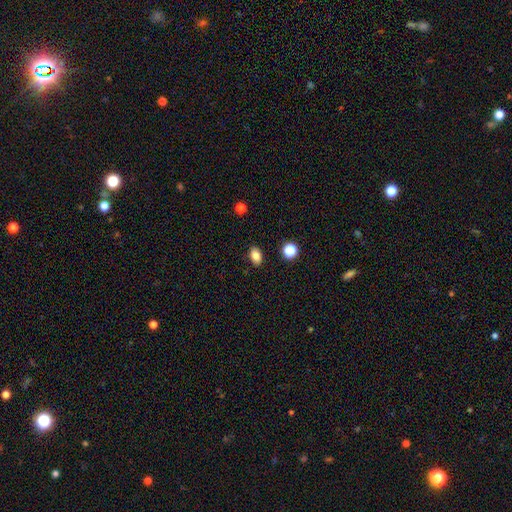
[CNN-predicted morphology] A smooth galaxy with no disk features (84%) that is in between round and cigar-shaped (84%).

Vote fractions:
- Smooth or featured? smooth: 84% / star or artifact: 10% / featured or disk: 6%
- How rounded? in between: 84% / round: 15% / cigar-shaped: 2%
- Merging? none: 87% / minor disturbance: 9% / major disturbance: 2% / merger: 2%